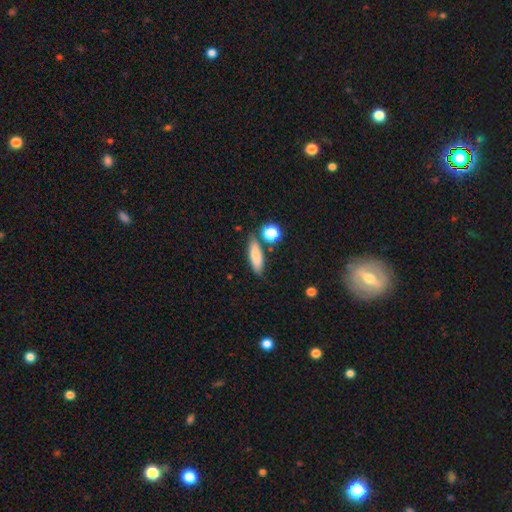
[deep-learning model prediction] smooth-or-featured: smooth: 79% | featured or disk: 13% | star or artifact: 8%
  how-rounded: in between: 51% | cigar-shaped: 45% | round: 4%
  merging: none: 73% | minor disturbance: 14% | merger: 9% | major disturbance: 4%